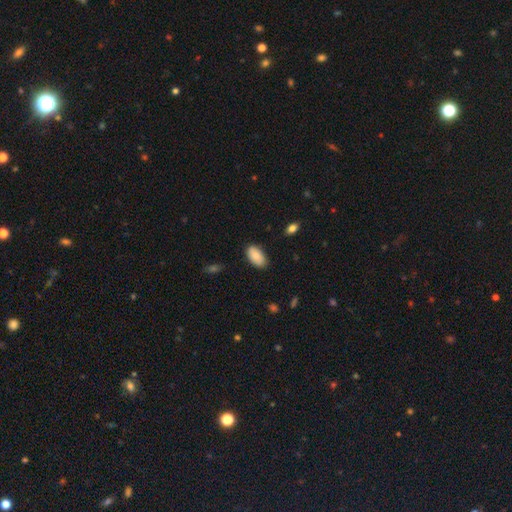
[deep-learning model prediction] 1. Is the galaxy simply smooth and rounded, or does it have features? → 83% smooth, 11% featured or disk, 6% star or artifact.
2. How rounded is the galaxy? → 95% in between, 3% round, 2% cigar-shaped.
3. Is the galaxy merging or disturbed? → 82% none, 14% minor disturbance, 2% major disturbance, 1% merger.